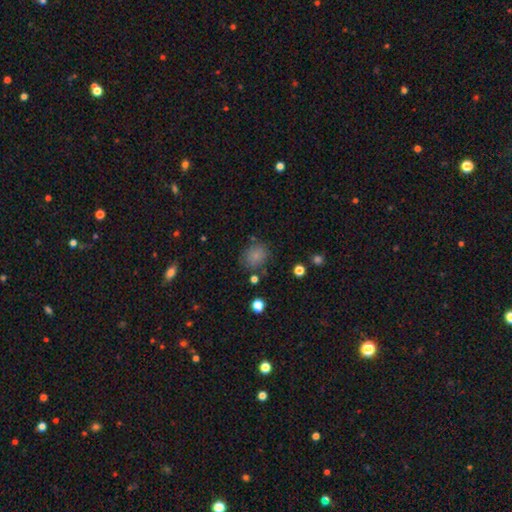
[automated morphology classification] Smooth or featured? smooth (81%)
How rounded? round (67%)
Merging? none (74%)